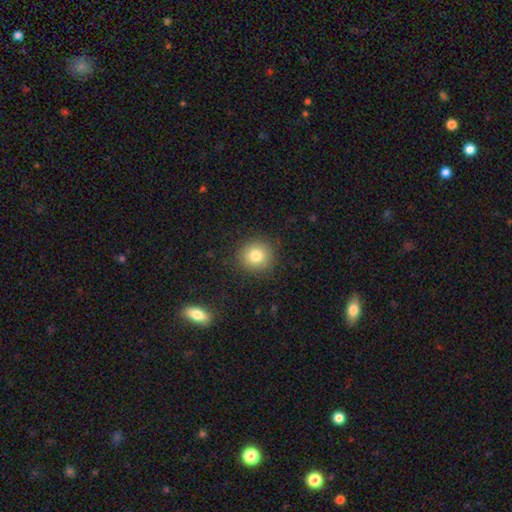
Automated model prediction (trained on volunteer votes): This is likely a smooth galaxy (80%). How rounded: clearly round (91%). Merging: clearly none (89%).